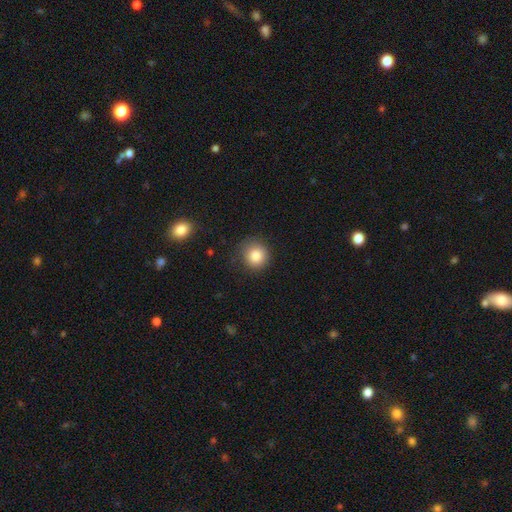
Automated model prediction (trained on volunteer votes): This appears to be a smooth galaxy with no disk features (84%) that is round (90%). Merging: none (81%).